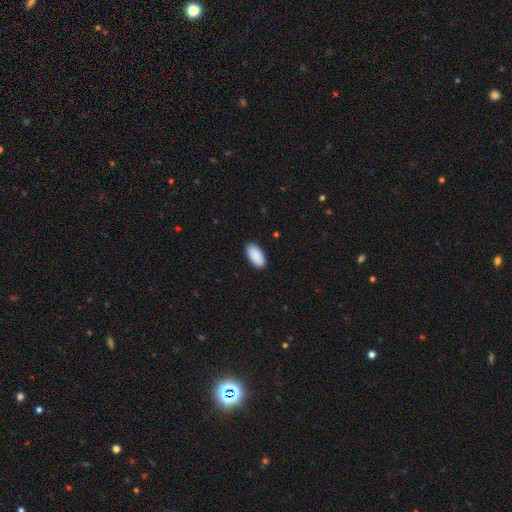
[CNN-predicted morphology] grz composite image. It shows a smooth galaxy with no disk features (91%) that is in between round and cigar-shaped (95%). Merging: none (89%).